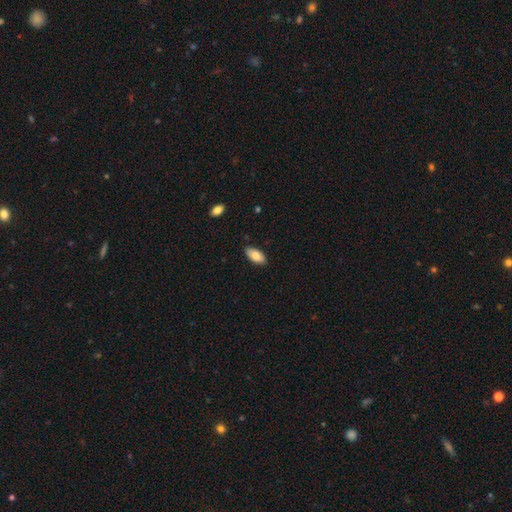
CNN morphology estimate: A smooth galaxy with no disk features (84%) that is in between round and cigar-shaped (92%).

Vote fractions:
- Smooth or featured? smooth: 84% / featured or disk: 9% / star or artifact: 6%
- How rounded? in between: 92% / cigar-shaped: 6% / round: 2%
- Merging? none: 87% / minor disturbance: 10% / major disturbance: 2% / merger: 1%